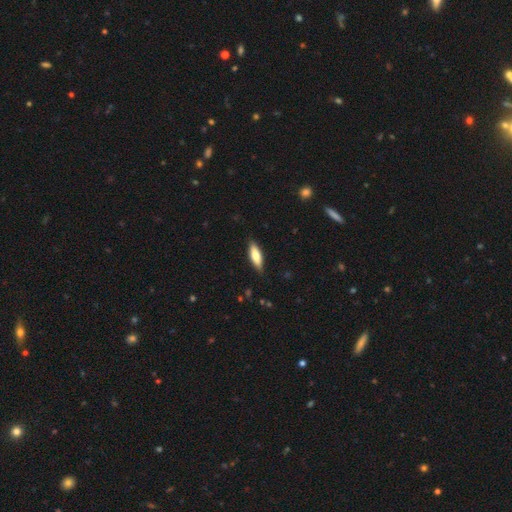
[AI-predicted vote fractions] smooth-or-featured: smooth: 71% | featured or disk: 23% | star or artifact: 6%
  how-rounded: in between: 54% | cigar-shaped: 45% | round: 2%
  merging: none: 86% | minor disturbance: 10% | major disturbance: 2% | merger: 1%